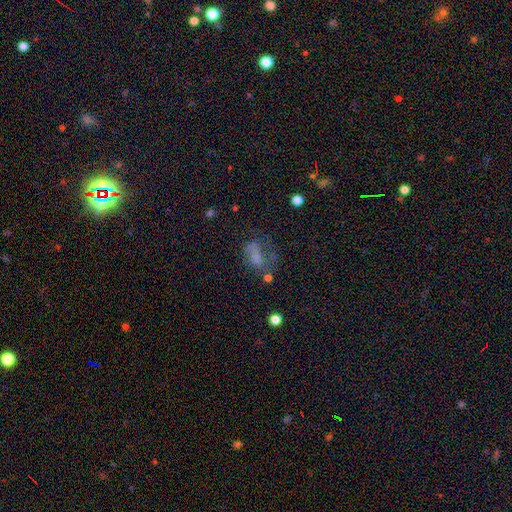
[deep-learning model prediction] This is possibly a smooth galaxy (52%). How rounded: likely in between (79%). Merging: marginally major disturbance (36%).